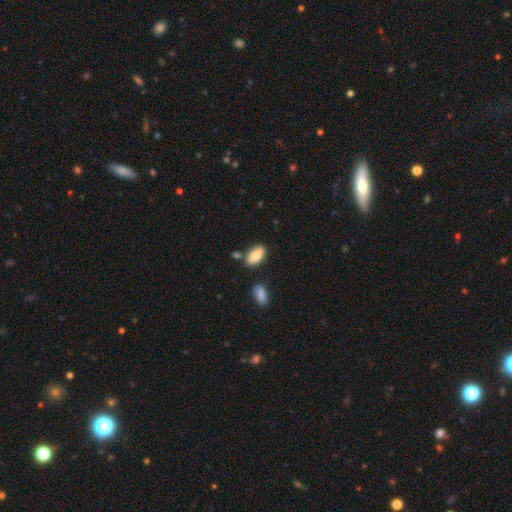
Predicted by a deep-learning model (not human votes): Smooth or featured: smooth — 86% (featured or disk — 8%)
How rounded: in between — 89% (cigar-shaped — 8%)
Merging: none — 77% (minor disturbance — 12%)